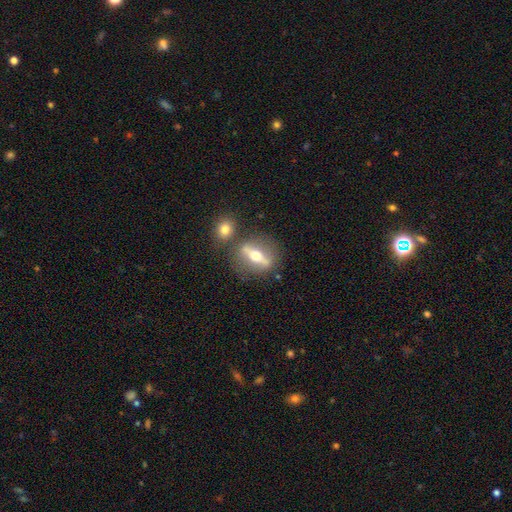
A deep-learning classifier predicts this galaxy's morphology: Smooth or featured? featured or disk (65%)
Edge-on disk? yes (65%)
Merging? none (73%)